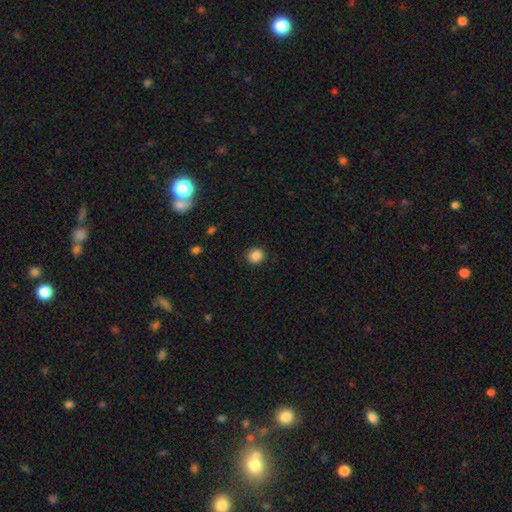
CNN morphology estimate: The model was most divided on "how rounded": round: 83%, in between: 17%, cigar-shaped: 1%. More confident: merging — none (88%); smooth or featured — smooth (86%).